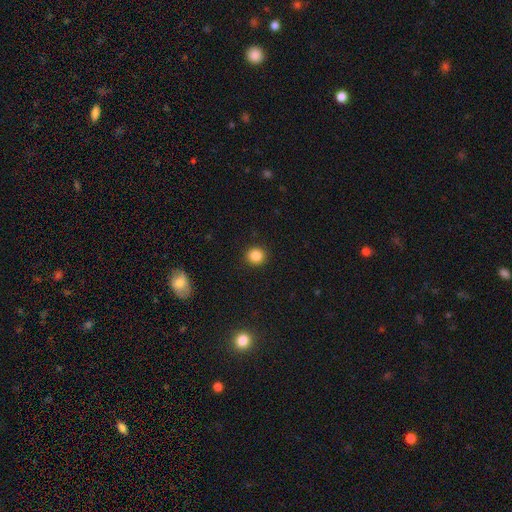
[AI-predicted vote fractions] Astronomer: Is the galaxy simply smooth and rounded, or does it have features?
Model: smooth — 85%.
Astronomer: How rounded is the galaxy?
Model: round — 89%.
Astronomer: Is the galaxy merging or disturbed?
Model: none — 91%.